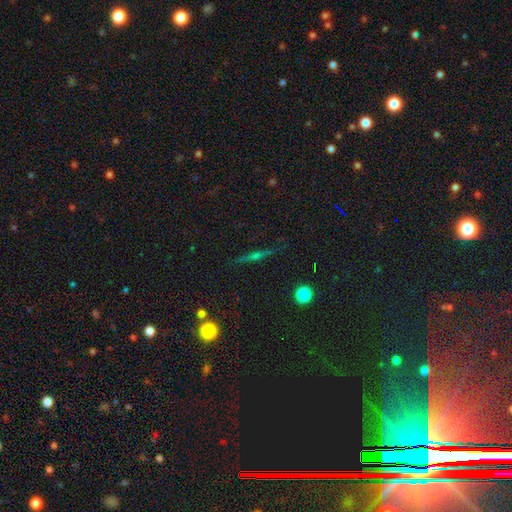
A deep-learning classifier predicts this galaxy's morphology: Smooth or featured? Predicted: featured or disk (p=0.72). Edge-on disk? Predicted: yes (p=0.97). Edge-on bulge? Predicted: rounded (p=0.88). Merging? Predicted: none (p=0.90).